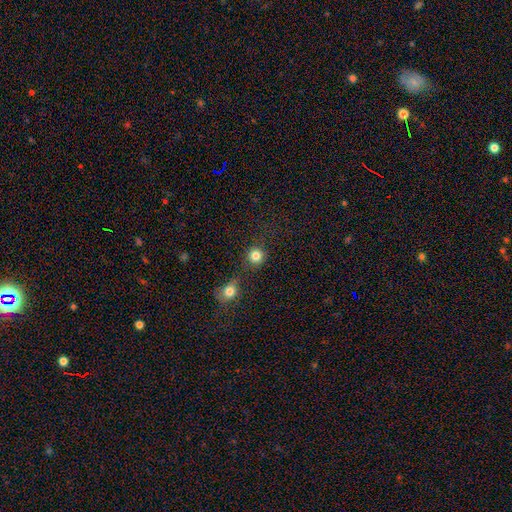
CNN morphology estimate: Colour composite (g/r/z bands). It shows a smooth galaxy with no disk features (83%) that is round (92%). Merging: none (75%).